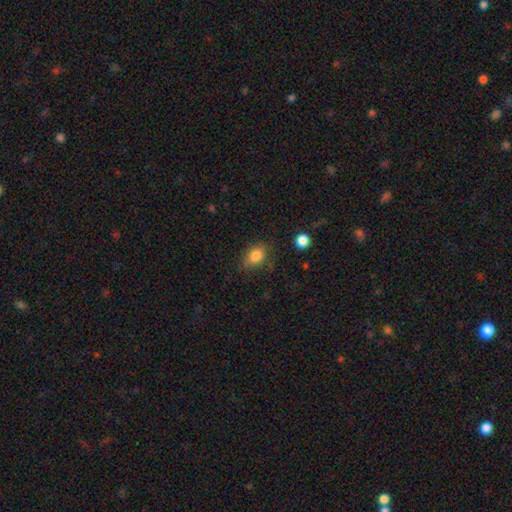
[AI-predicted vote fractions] Overall: smooth (84%). How rounded: in between (78%). Merging: none (79%).